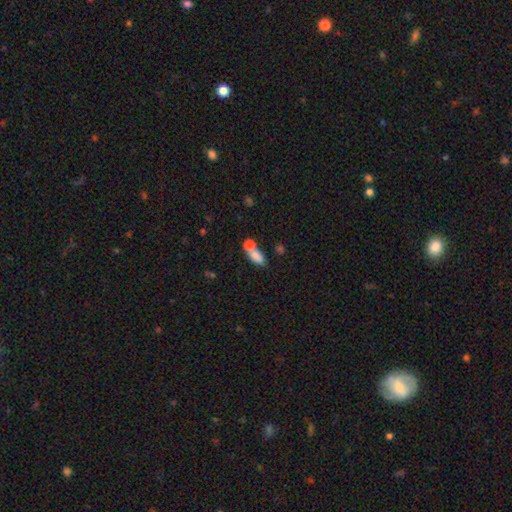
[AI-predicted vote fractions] The model was most divided on "merging": merger: 48%, none: 35%, minor disturbance: 11%, major disturbance: 6%. More confident: smooth or featured — smooth (79%); how rounded — in between (76%).